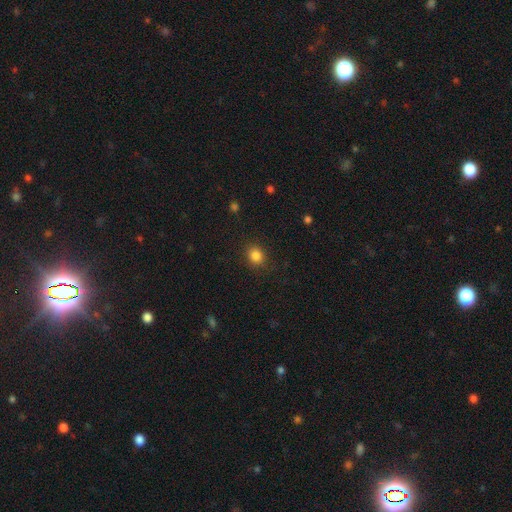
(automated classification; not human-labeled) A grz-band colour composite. It shows a smooth galaxy with no disk features (85%) that is round (63%). Merging: none (87%).